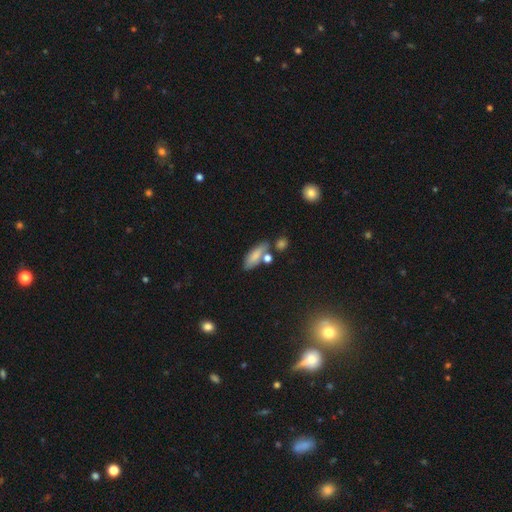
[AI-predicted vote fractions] The model was most divided on "how rounded": in between: 65%, cigar-shaped: 31%, round: 4%. More confident: smooth or featured — smooth (76%); merging — none (60%).